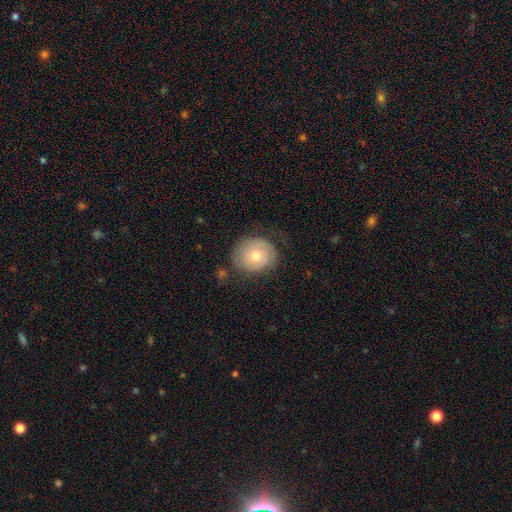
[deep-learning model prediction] Morphology: type=smooth (55%); roundness=round (68%); merging=none (67%).